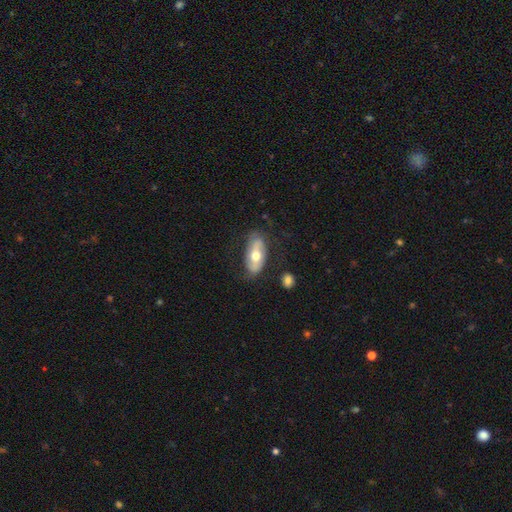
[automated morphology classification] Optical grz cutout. It shows a featured or disk galaxy (51%). Merging: none (72%).